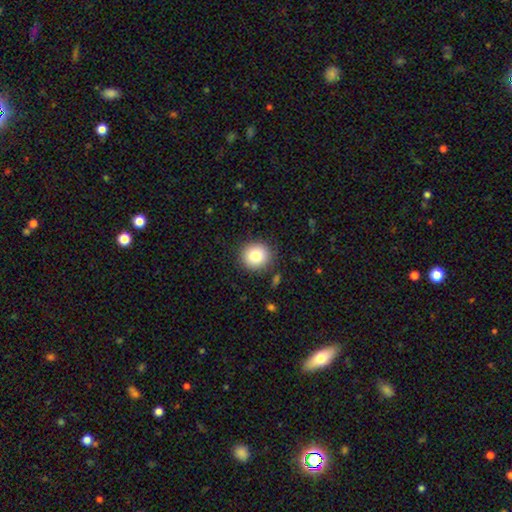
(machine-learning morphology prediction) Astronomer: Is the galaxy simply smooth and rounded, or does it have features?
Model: smooth — 85%.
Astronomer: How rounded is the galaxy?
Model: round — 90%.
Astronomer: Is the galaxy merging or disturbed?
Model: none — 88%.